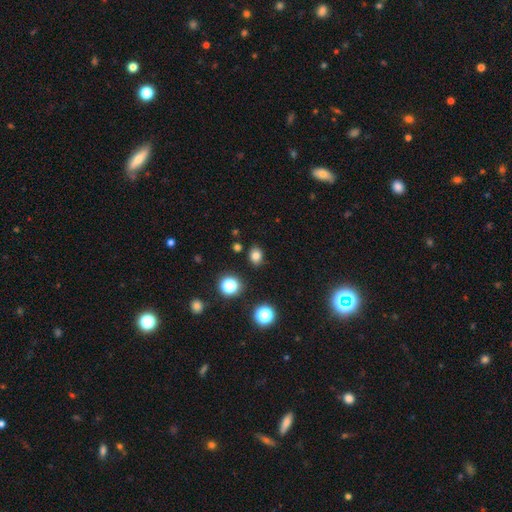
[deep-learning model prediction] This is likely a smooth galaxy (79%). How rounded: possibly in between (53%). Merging: clearly none (84%).